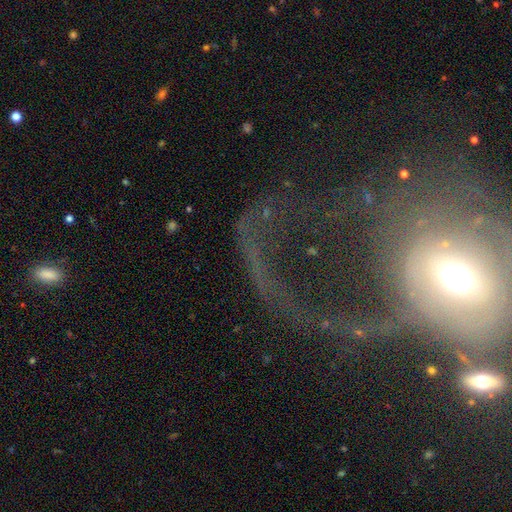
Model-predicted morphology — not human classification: star or artifact 43%, featured or disk 41%, smooth 16%.